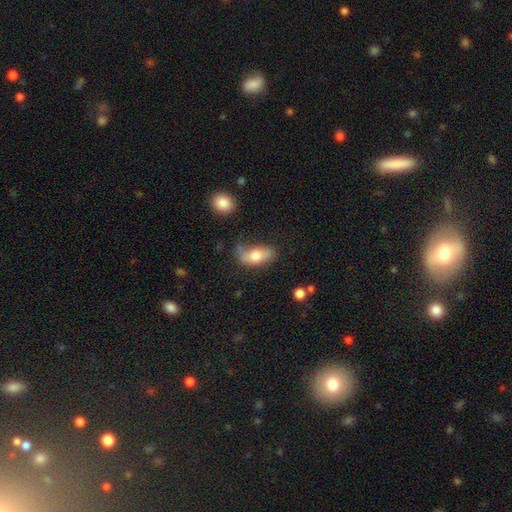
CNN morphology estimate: type=smooth (70%); roundness=in between (88%); merging=none (44%).